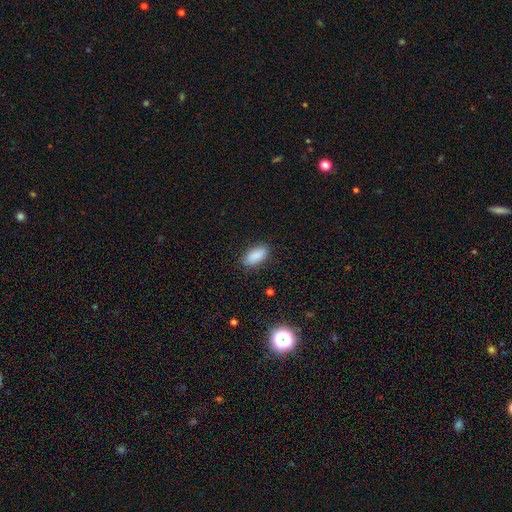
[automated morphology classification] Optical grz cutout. It shows a smooth galaxy with no disk features (88%) that is in between round and cigar-shaped (87%). Merging: none (87%).